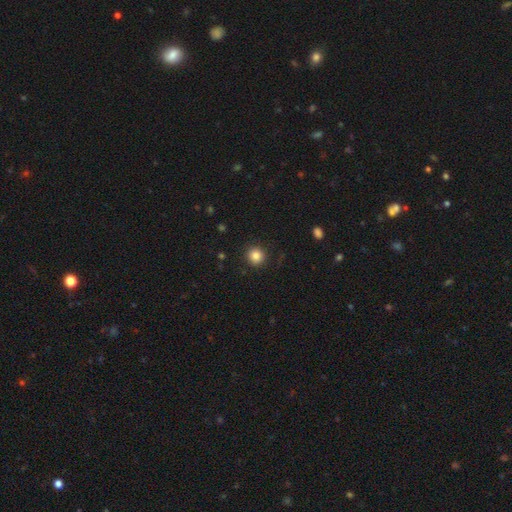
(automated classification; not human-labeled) This appears to be a smooth galaxy with no disk features (85%) that is round (92%). Merging: none (91%).